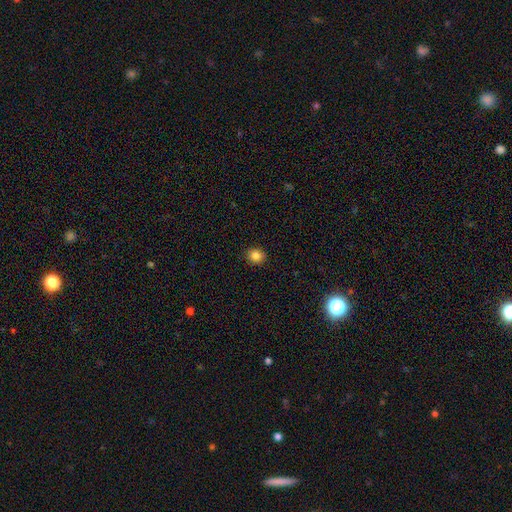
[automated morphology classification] A smooth galaxy with no disk features (83%) that is round (78%).

Vote fractions:
- Smooth or featured? smooth: 83% / star or artifact: 12% / featured or disk: 6%
- How rounded? round: 78% / in between: 21% / cigar-shaped: 1%
- Merging? none: 91% / minor disturbance: 6% / major disturbance: 2% / merger: 1%